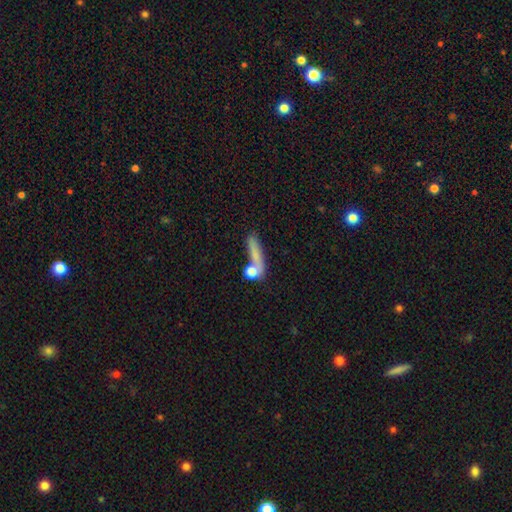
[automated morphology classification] smooth 69%, featured or disk 20%, star or artifact 11%. Down the decision tree: how rounded — cigar-shaped (64%); merging — none (51%).